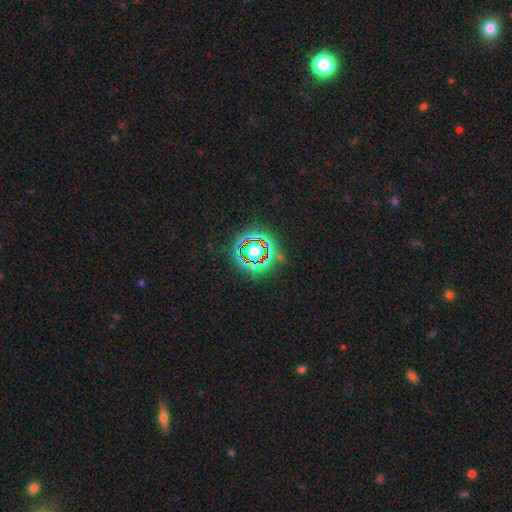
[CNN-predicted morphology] The model was most divided on "smooth or featured": star or artifact: 77%, smooth: 14%, featured or disk: 9%.